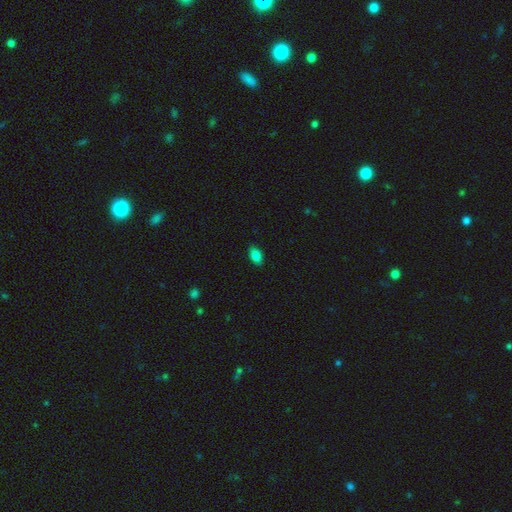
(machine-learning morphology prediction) Smooth or featured? smooth (85%)
How rounded? in between (91%)
Merging? none (87%)